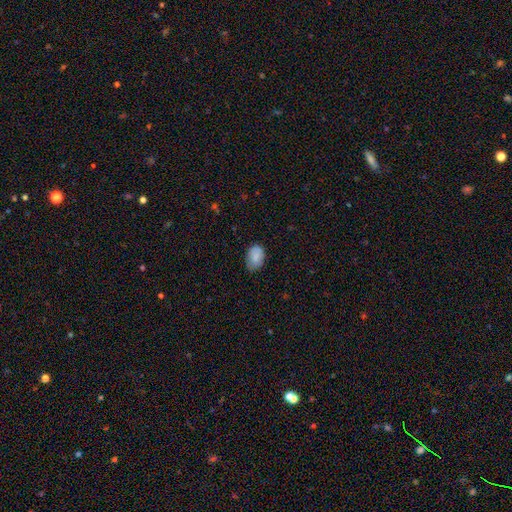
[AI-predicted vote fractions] A smooth galaxy with no disk features (82%) that is in between round and cigar-shaped (84%). Merging: none (69%).